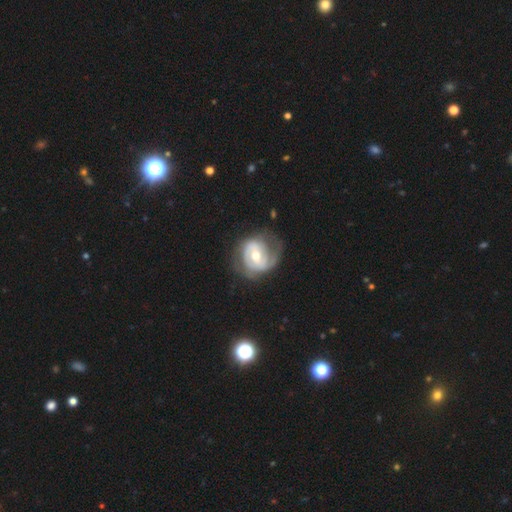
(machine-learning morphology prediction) A featured or disk galaxy (78%) with a weak bar (41%), 2 (56%) tight (44%) spiral arms (86%) and a moderate central bulge (69%).

Vote fractions:
- Smooth or featured? featured or disk: 78% / smooth: 18% / star or artifact: 5%
- Edge-on disk? no: 97% / yes: 3%
- Bar? weak: 41% / no: 40% / strong: 19%
- Spiral arms? yes: 86% / no: 14%
- Spiral winding? tight: 44% / medium: 38% / loose: 18%
- Spiral arm count? 2: 56% / can't tell: 19% / 1: 15% / 3: 7% / 4: 2% / more than 4: 2%
- Bulge size? moderate: 69% / small: 24% / large: 5% / none: 1% / dominant: 1%
- Merging? none: 52% / minor disturbance: 25% / major disturbance: 21% / merger: 2%